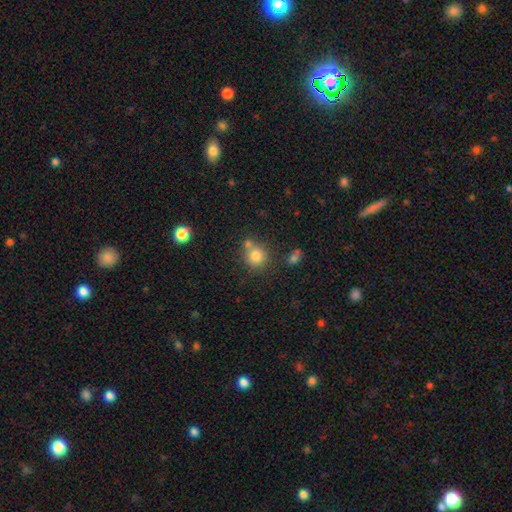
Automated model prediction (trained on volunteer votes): A smooth galaxy with no disk features (80%) that is round (88%).

Vote fractions:
- Smooth or featured? smooth: 80% / star or artifact: 12% / featured or disk: 9%
- How rounded? round: 88% / in between: 11% / cigar-shaped: 1%
- Merging? none: 62% / merger: 23% / minor disturbance: 11% / major disturbance: 4%